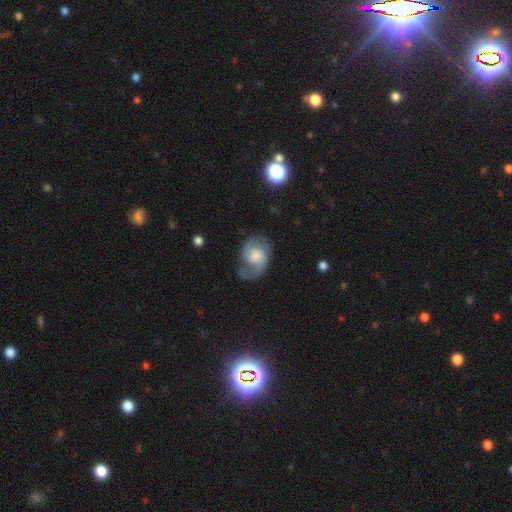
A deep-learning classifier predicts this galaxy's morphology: This appears to be a featured or disk galaxy (65%) with no bar (66%), 2 (74%) medium (47%) spiral arms (89%) and a large central bulge (40%). Merging: none (50%).